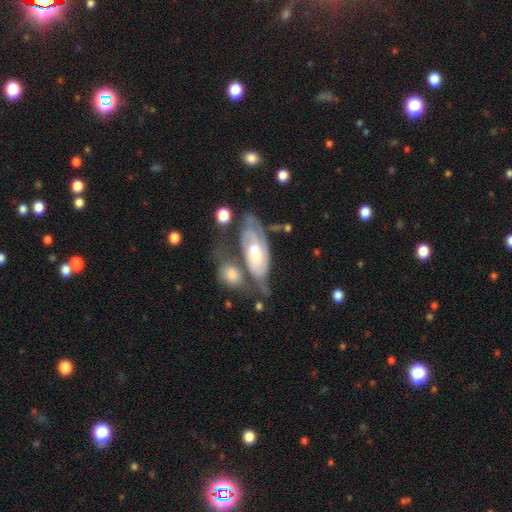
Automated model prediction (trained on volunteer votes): smooth_or_featured: featured or disk (p=0.78) [alt: smooth p=0.17]
disk_edge_on: no (p=0.89) [alt: yes p=0.11]
bar: no (p=0.59) [alt: weak p=0.31]
has_spiral_arms: yes (p=0.89) [alt: no p=0.11]
spiral_winding: tight (p=0.62) [alt: medium p=0.29]
spiral_arm_count: 2 (p=0.49) [alt: can't tell p=0.33]
bulge_size: moderate (p=0.48) [alt: small p=0.38]
merging: none (p=0.38) [alt: merger p=0.28]